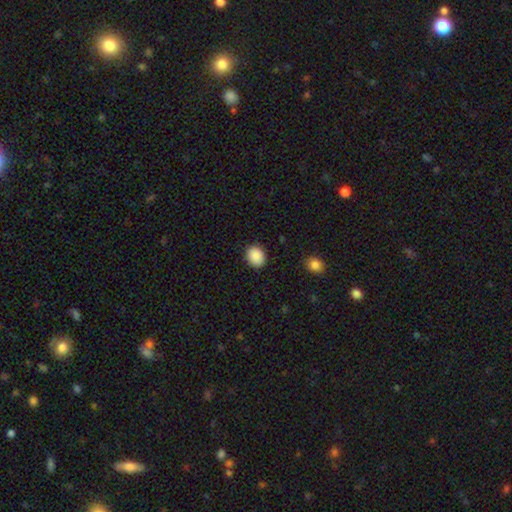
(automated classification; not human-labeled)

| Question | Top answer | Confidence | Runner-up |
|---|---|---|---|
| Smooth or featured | smooth | 90% | star or artifact (8%) |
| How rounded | round | 61% | in between (38%) |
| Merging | none | 89% | minor disturbance (8%) |